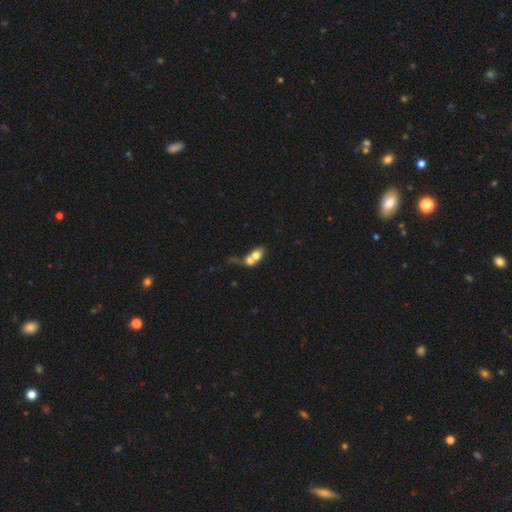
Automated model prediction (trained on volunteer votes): smooth_or_featured: smooth (p=0.66) [alt: featured or disk p=0.24]
how_rounded: in between (p=0.61) [alt: round p=0.36]
merging: merger (p=0.72) [alt: none p=0.16]